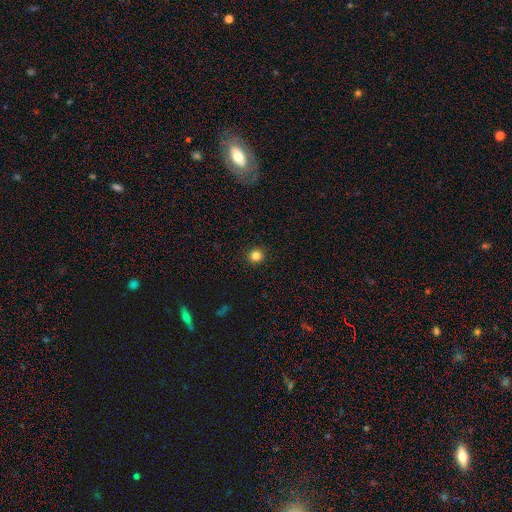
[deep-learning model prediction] Morphology: type=smooth (84%); roundness=round (93%); merging=none (93%).